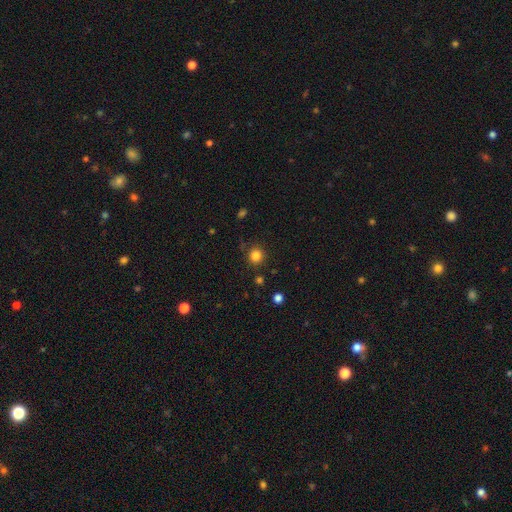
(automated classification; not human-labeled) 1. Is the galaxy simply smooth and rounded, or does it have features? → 83% smooth, 13% star or artifact, 4% featured or disk.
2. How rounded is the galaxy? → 92% round, 7% in between, 1% cigar-shaped.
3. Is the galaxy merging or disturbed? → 84% none, 10% minor disturbance, 3% major disturbance, 3% merger.